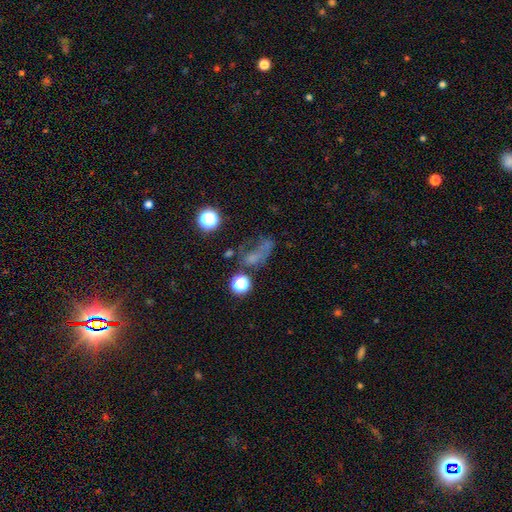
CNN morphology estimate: Smooth or featured? smooth (40%)
Merging? none (34%, tied with major disturbance)